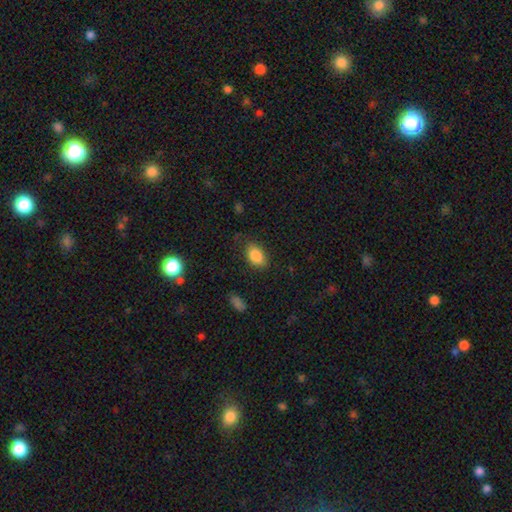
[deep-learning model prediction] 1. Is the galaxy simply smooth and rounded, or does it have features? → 85% smooth, 8% star or artifact, 6% featured or disk.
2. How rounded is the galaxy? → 87% in between, 11% round, 2% cigar-shaped.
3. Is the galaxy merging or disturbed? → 79% none, 15% minor disturbance, 4% major disturbance, 1% merger.